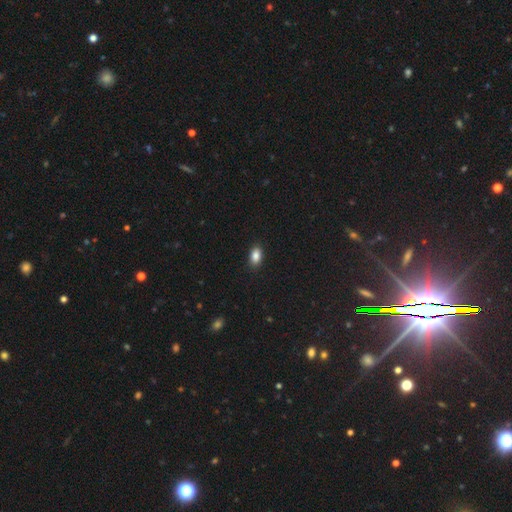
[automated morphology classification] smooth_or_featured: smooth (p=0.87) [alt: star or artifact p=0.08]
how_rounded: in between (p=0.89) [alt: round p=0.09]
merging: none (p=0.89) [alt: minor disturbance p=0.08]